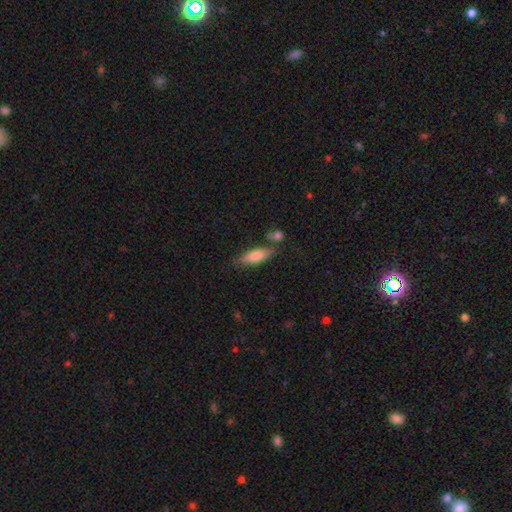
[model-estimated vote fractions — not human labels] This is likely a smooth galaxy (74%). How rounded: possibly in between (51%). Merging: likely none (68%).